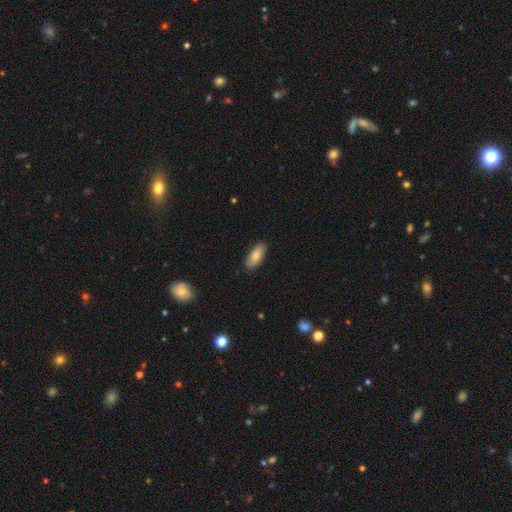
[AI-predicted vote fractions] Smooth or featured? smooth (78%)
How rounded? in between (86%)
Merging? none (87%)